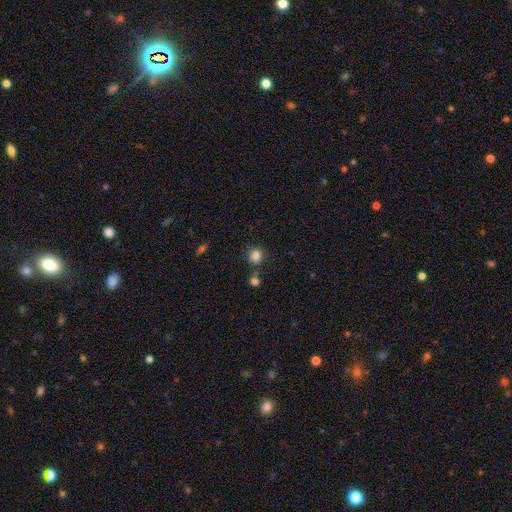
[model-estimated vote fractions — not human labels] Smooth or featured: smooth — 84% (star or artifact — 11%)
How rounded: round — 89% (in between — 10%)
Merging: none — 78% (minor disturbance — 10%)